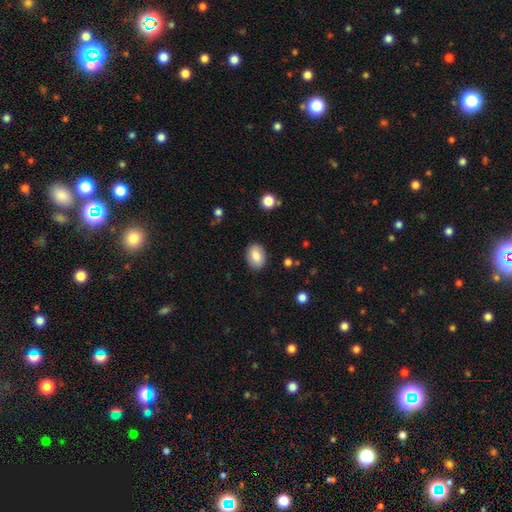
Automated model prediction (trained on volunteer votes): Overall: smooth (82%). How rounded: in between (76%). Merging: none (87%).